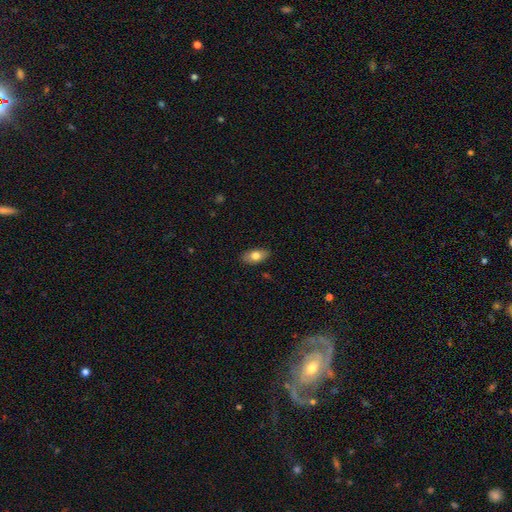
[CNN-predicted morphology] Q: Smooth or featured?
A: smooth (76%); runner-up: featured or disk (17%)
Q: How rounded?
A: in between (91%); runner-up: round (5%)
Q: Merging?
A: none (86%); runner-up: minor disturbance (11%)